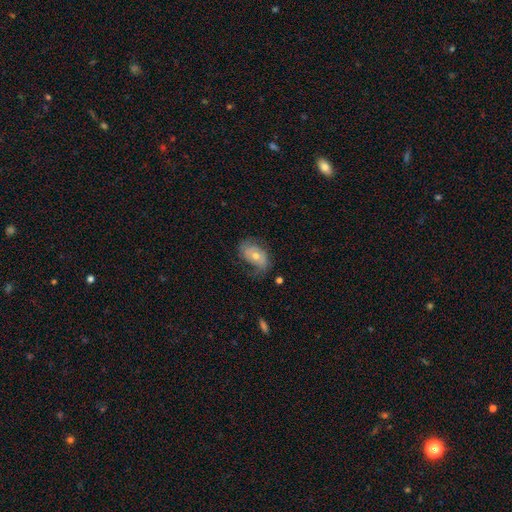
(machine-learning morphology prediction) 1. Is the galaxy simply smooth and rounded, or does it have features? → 54% featured or disk, 37% smooth, 9% star or artifact.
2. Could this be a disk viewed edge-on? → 93% no, 7% yes.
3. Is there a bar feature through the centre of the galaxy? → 72% no, 21% weak, 7% strong.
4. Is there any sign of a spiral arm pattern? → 72% yes, 28% no.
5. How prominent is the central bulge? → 54% moderate, 41% small, 3% large, 1% none, 1% dominant.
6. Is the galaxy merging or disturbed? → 55% none, 27% minor disturbance, 16% major disturbance, 2% merger.